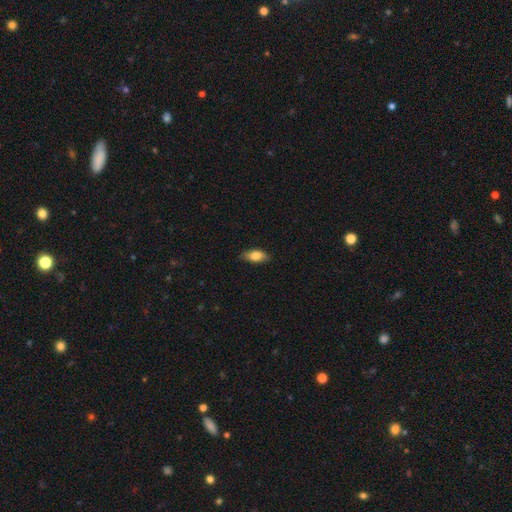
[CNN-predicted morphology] Smooth or featured: smooth — 75% (featured or disk — 18%)
How rounded: in between — 83% (cigar-shaped — 13%)
Merging: none — 83% (minor disturbance — 13%)